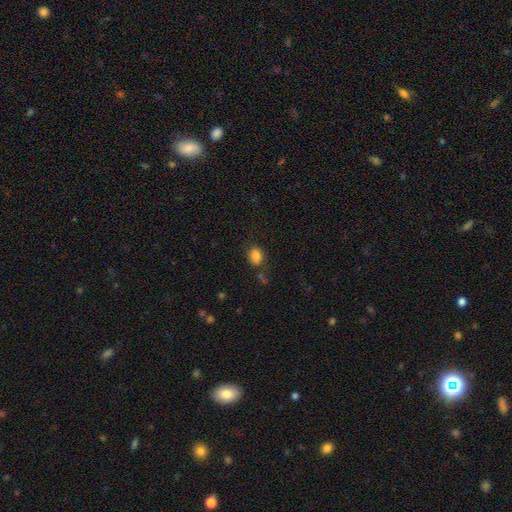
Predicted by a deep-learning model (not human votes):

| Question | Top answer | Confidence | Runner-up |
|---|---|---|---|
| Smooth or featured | smooth | 84% | star or artifact (11%) |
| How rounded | in between | 61% | round (38%) |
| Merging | none | 72% | minor disturbance (17%) |